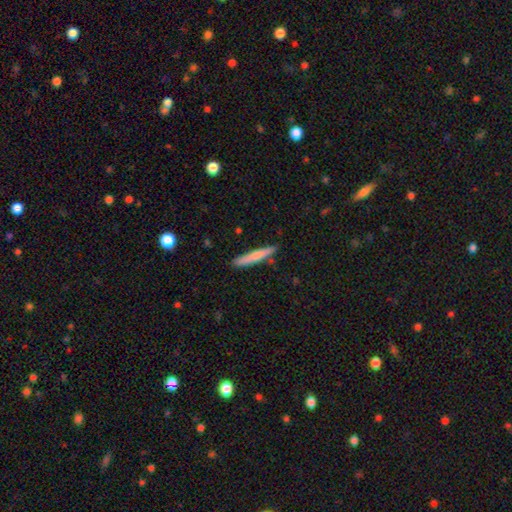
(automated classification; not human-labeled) Morphology: type=smooth (72%); roundness=cigar-shaped (94%); merging=none (85%).